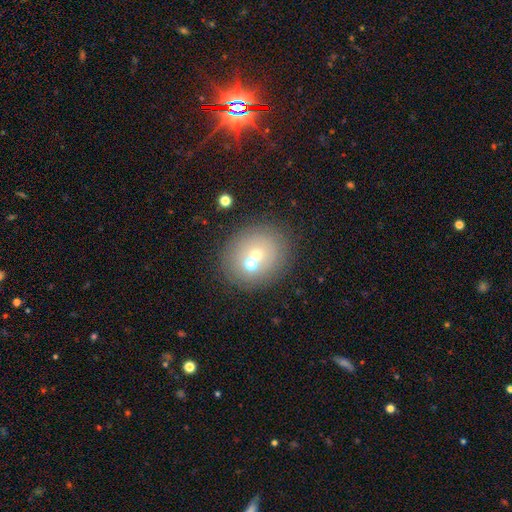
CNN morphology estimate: Smooth or featured: smooth — 59% (featured or disk — 26%)
How rounded: round — 78% (in between — 21%)
Merging: none — 58% (merger — 30%)